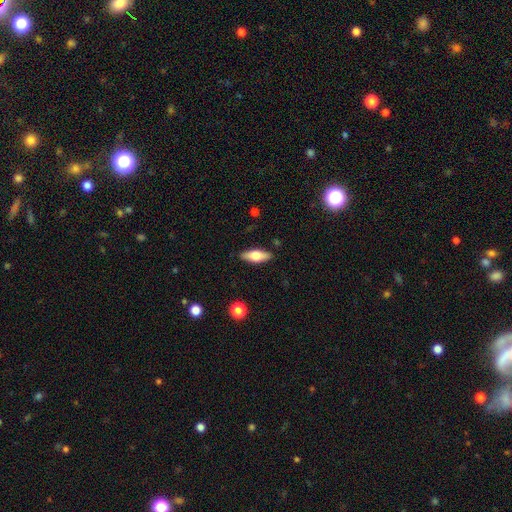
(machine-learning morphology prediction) smooth-or-featured: smooth: 61% | featured or disk: 33% | star or artifact: 6%
  how-rounded: in between: 67% | cigar-shaped: 30% | round: 3%
  merging: none: 88% | minor disturbance: 9% | major disturbance: 2% | merger: 1%